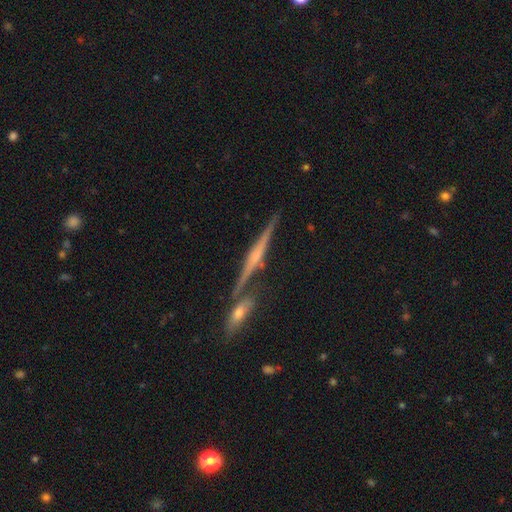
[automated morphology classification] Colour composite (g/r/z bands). It shows a featured or disk galaxy (78%) viewed edge-on (97%) with a rounded central bulge (64%). Merging: none (75%).